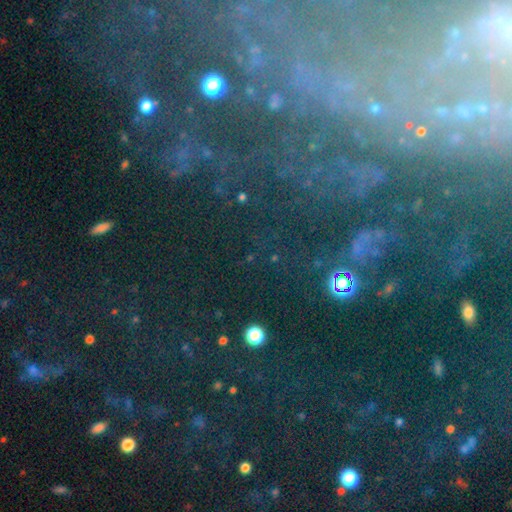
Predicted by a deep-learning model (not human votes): smooth-or-featured: star or artifact: 55% | featured or disk: 28% | smooth: 17%